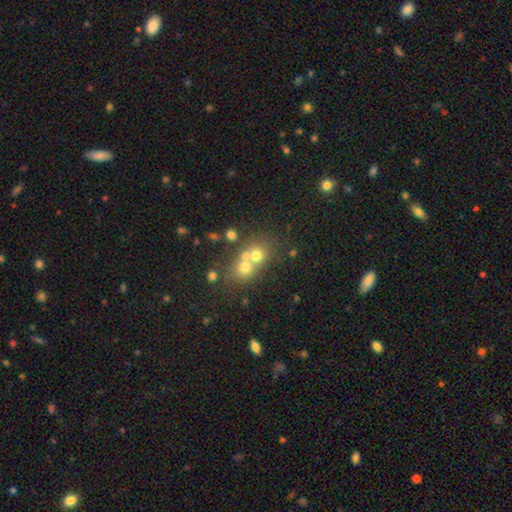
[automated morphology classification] A smooth galaxy with no disk features (58%) that is round (76%). Merging: merger (55%).